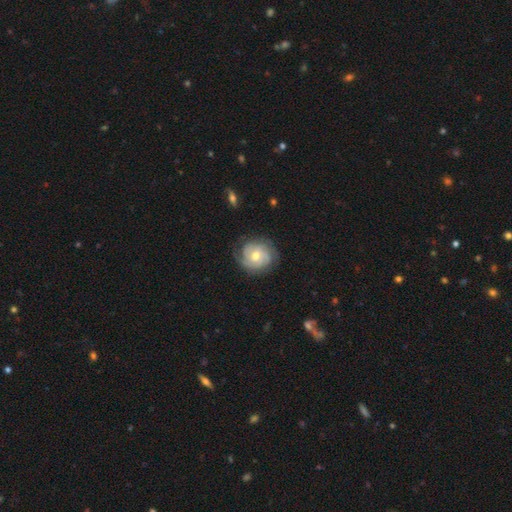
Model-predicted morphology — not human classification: Smooth or featured? Predicted: featured or disk (p=0.75). Edge-on disk? Predicted: no (p=0.97). Bar? Predicted: no (p=0.67). Spiral arms? Predicted: yes (p=0.92). Spiral winding? Predicted: tight (p=0.65). Spiral arm count? Predicted: can't tell (p=0.32). Bulge size? Predicted: moderate (p=0.66). Merging? Predicted: none (p=0.75).